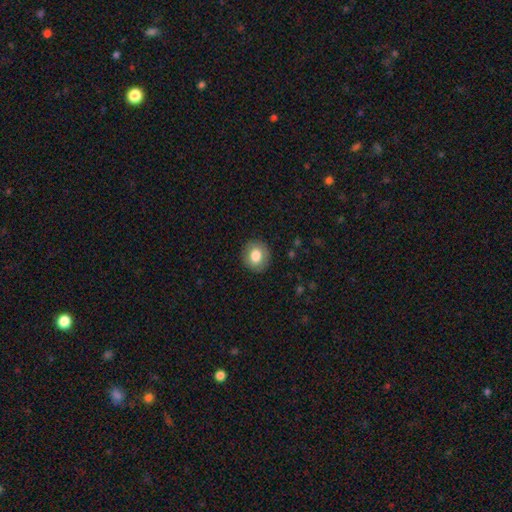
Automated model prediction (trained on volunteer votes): Smooth or featured? smooth (78%)
How rounded? round (77%)
Merging? none (88%)